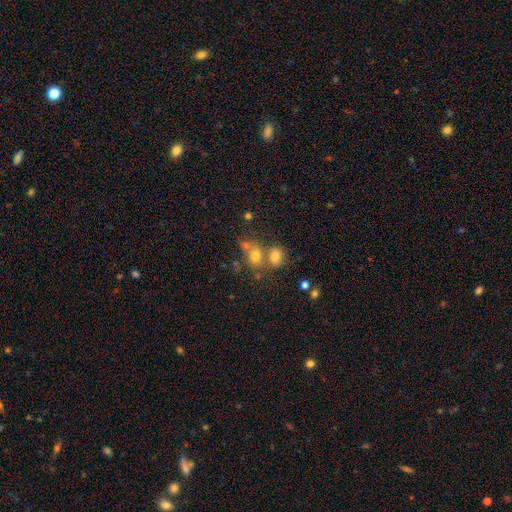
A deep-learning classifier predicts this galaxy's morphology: Overall: smooth (66%). How rounded: round (57%; in between 41%). Merging: merger (49%; none 36%).